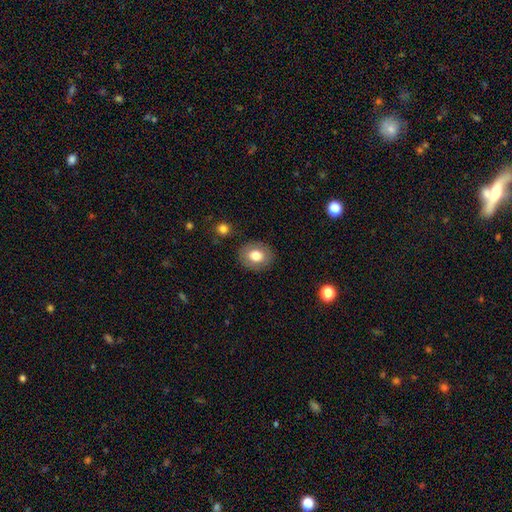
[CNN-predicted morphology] A smooth galaxy with no disk features (76%) that is round (53%).

Vote fractions:
- Smooth or featured? smooth: 76% / featured or disk: 15% / star or artifact: 8%
- How rounded? round: 53% / in between: 46% / cigar-shaped: 1%
- Merging? none: 87% / minor disturbance: 9% / major disturbance: 3% / merger: 2%